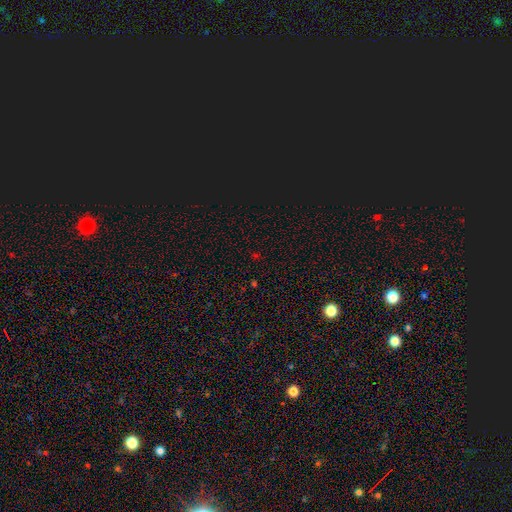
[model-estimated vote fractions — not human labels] A star or artifact, not a galaxy (67%).